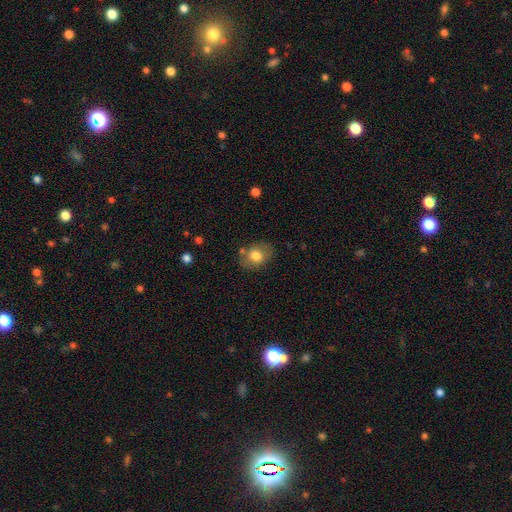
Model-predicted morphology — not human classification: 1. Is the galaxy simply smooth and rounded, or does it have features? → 75% smooth, 17% featured or disk, 8% star or artifact.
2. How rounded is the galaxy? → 56% in between, 43% round, 1% cigar-shaped.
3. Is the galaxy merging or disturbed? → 73% none, 16% minor disturbance, 6% merger, 5% major disturbance.